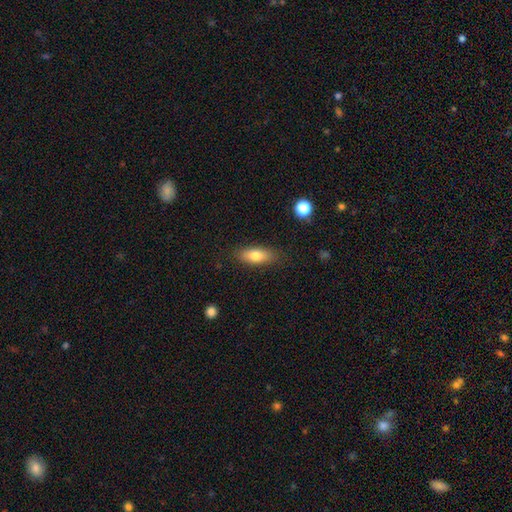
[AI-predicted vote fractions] smooth-or-featured: smooth: 75% | featured or disk: 18% | star or artifact: 7%
  how-rounded: in between: 74% | cigar-shaped: 23% | round: 4%
  merging: none: 82% | minor disturbance: 13% | major disturbance: 3% | merger: 1%